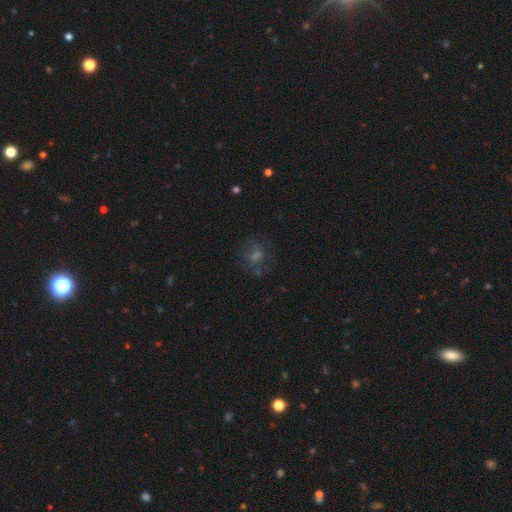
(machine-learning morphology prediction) This is possibly a smooth galaxy (47%). Merging: likely none (74%).